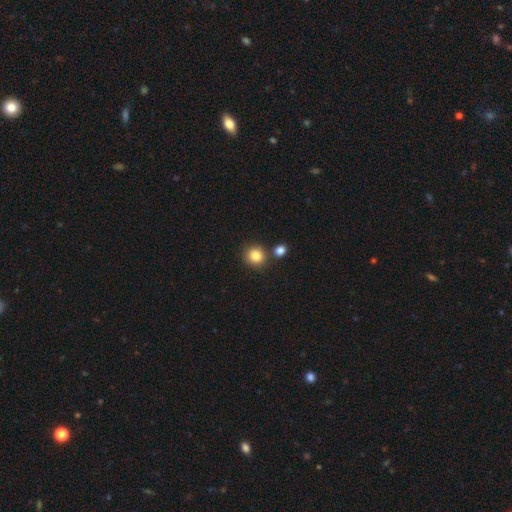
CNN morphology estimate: Overall: smooth (85%). How rounded: round (87%). Merging: none (78%).